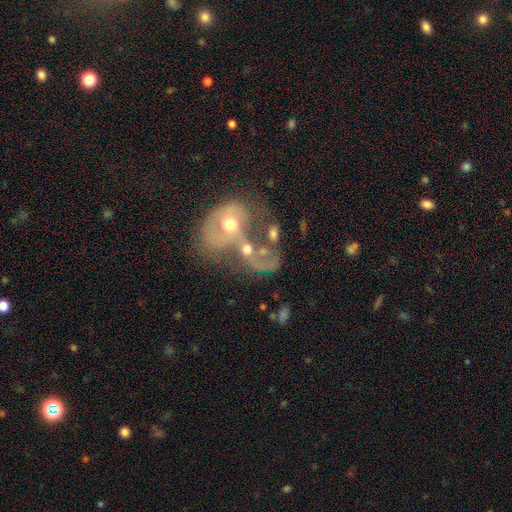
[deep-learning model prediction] Q: Smooth or featured?
A: featured or disk (60%); runner-up: smooth (29%)
Q: Edge-on disk?
A: no (96%); runner-up: yes (4%)
Q: Bar?
A: no (77%); runner-up: weak (18%)
Q: Spiral arms?
A: no (53%); runner-up: yes (47%)
Q: Bulge size?
A: moderate (67%); runner-up: small (19%)
Q: Merging?
A: merger (69%); runner-up: major disturbance (15%)